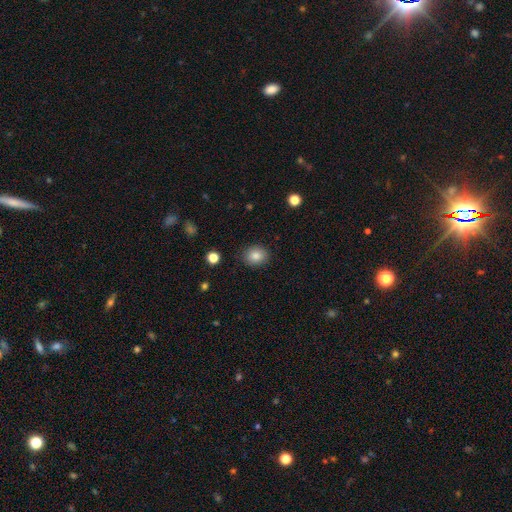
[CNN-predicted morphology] The model was most divided on "how rounded": round: 64%, in between: 35%, cigar-shaped: 1%. More confident: merging — none (88%); smooth or featured — smooth (84%).